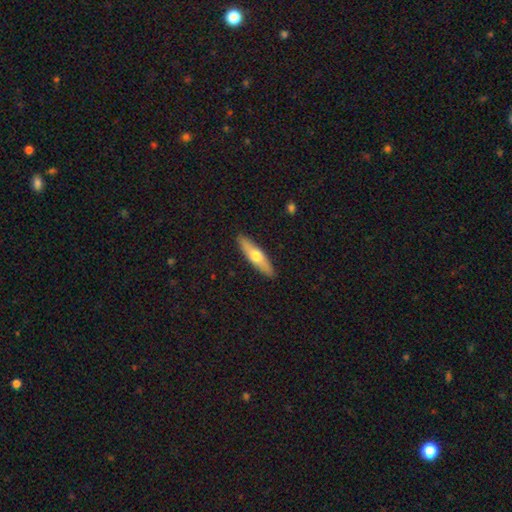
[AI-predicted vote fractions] Smooth or featured? smooth (54%)
How rounded? cigar-shaped (72%)
Merging? none (90%)